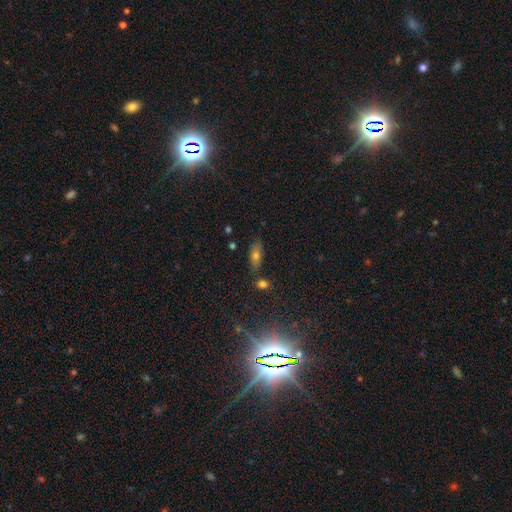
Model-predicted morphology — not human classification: Smooth or featured?
  - smooth: 61% *
  - featured or disk: 22%
  - star or artifact: 17%
How rounded?
  - in between: 71% *
  - cigar-shaped: 23%
  - round: 6%
Merging?
  - none: 76% *
  - minor disturbance: 14%
  - merger: 6%
  - major disturbance: 4%